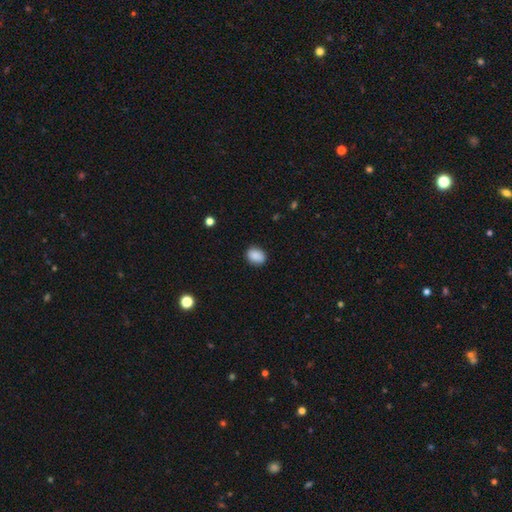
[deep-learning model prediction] Overall: smooth (89%). How rounded: in between (64%; round 35%). Merging: none (86%).